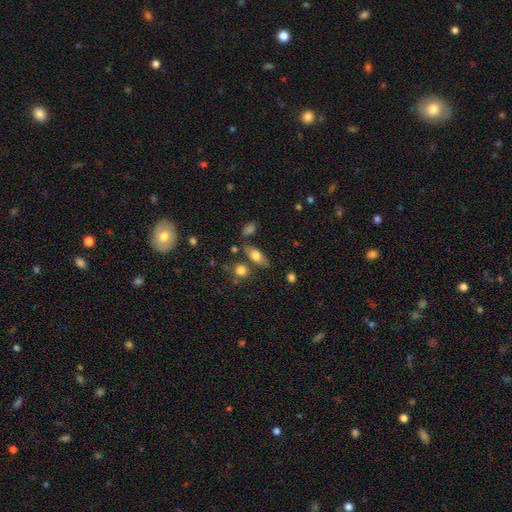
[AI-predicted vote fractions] Smooth or featured?
  - smooth: 73% *
  - featured or disk: 19%
  - star or artifact: 8%
How rounded?
  - in between: 79% *
  - cigar-shaped: 15%
  - round: 6%
Merging?
  - none: 73% *
  - minor disturbance: 14%
  - merger: 9%
  - major disturbance: 4%